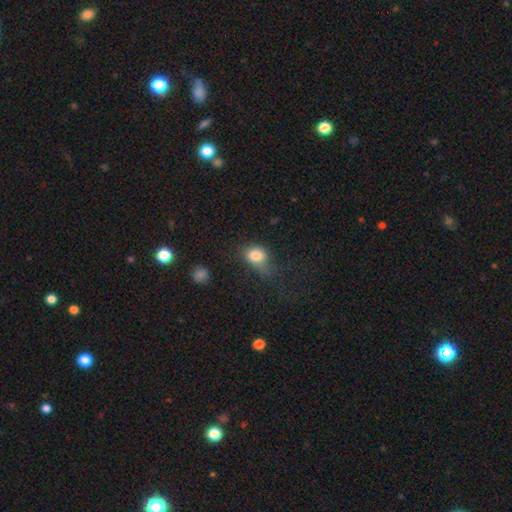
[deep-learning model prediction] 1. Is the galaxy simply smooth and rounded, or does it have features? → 81% smooth, 10% star or artifact, 9% featured or disk.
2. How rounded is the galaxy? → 58% in between, 40% round, 2% cigar-shaped.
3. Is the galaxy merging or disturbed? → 33% none, 32% minor disturbance, 31% major disturbance, 4% merger.